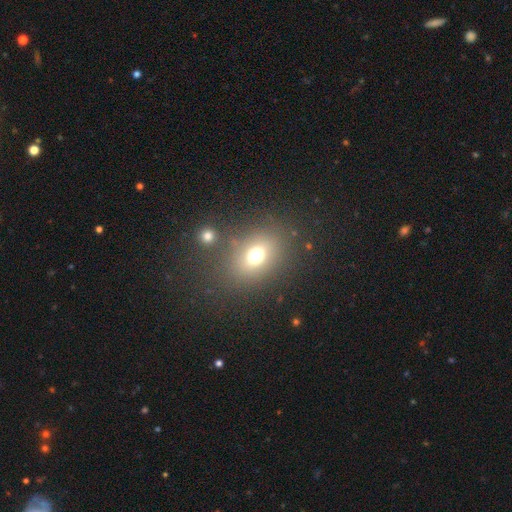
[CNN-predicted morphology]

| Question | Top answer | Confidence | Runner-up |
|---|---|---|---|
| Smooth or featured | smooth | 69% | star or artifact (18%) |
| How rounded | in between | 54% | round (44%) |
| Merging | none | 75% | minor disturbance (11%) |